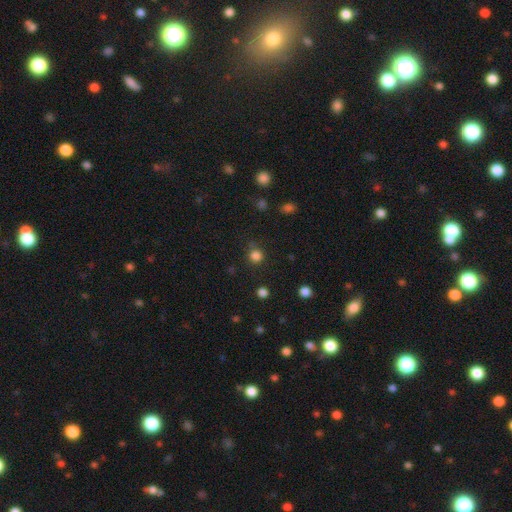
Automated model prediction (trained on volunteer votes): A smooth galaxy with no disk features (82%) that is round (92%).

Vote fractions:
- Smooth or featured? smooth: 82% / star or artifact: 14% / featured or disk: 4%
- How rounded? round: 92% / in between: 7% / cigar-shaped: 1%
- Merging? none: 82% / minor disturbance: 11% / major disturbance: 4% / merger: 3%